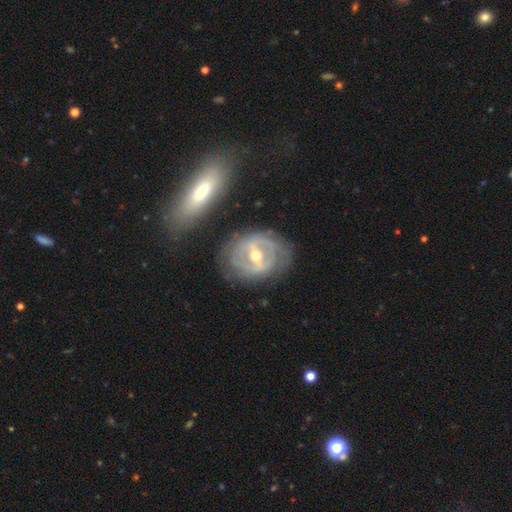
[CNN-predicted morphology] smooth_or_featured: featured or disk (p=0.83) [alt: smooth p=0.12]
disk_edge_on: no (p=0.93) [alt: yes p=0.07]
bar: strong (p=0.55) [alt: weak p=0.32]
has_spiral_arms: yes (p=0.73) [alt: no p=0.27]
spiral_winding: tight (p=0.56) [alt: medium p=0.30]
spiral_arm_count: 2 (p=0.53) [alt: can't tell p=0.29]
bulge_size: moderate (p=0.68) [alt: small p=0.28]
merging: none (p=0.73) [alt: minor disturbance p=0.17]